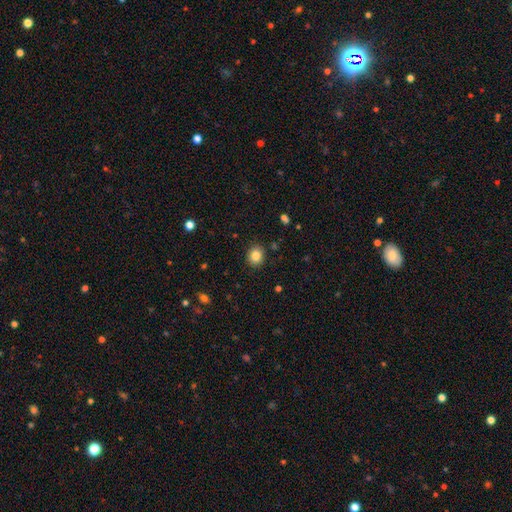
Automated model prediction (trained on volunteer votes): A smooth galaxy with no disk features (83%) that is round (70%).

Vote fractions:
- Smooth or featured? smooth: 83% / star or artifact: 10% / featured or disk: 6%
- How rounded? round: 70% / in between: 29% / cigar-shaped: 1%
- Merging? none: 89% / minor disturbance: 8% / major disturbance: 2% / merger: 1%